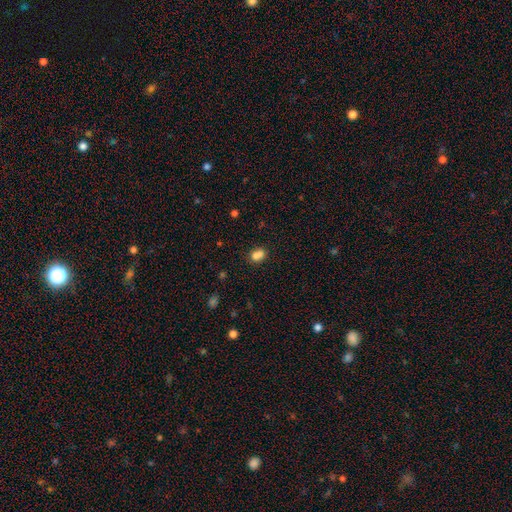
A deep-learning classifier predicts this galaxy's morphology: smooth 76%, star or artifact 12%, featured or disk 11%. Down the decision tree: how rounded — in between (52%); merging — merger (42%, tied with none).